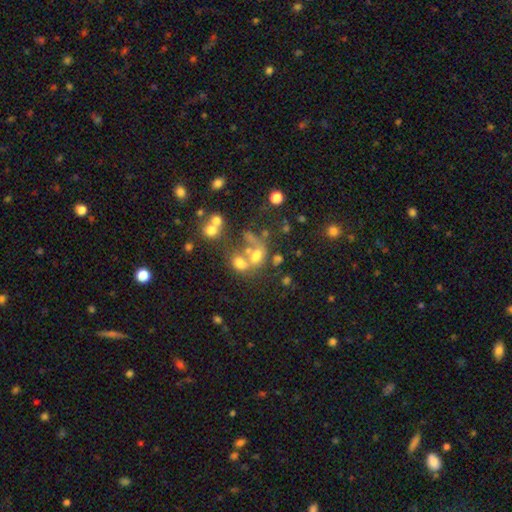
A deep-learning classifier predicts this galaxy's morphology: This is possibly a smooth galaxy (48%). Merging: possibly merger (51%).